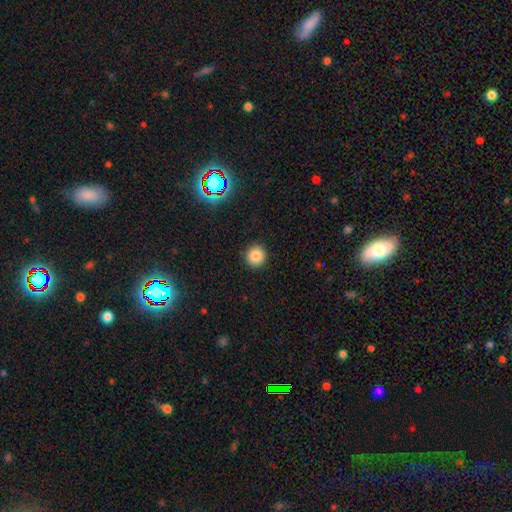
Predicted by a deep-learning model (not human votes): This is clearly a smooth galaxy (83%). How rounded: clearly round (93%). Merging: clearly none (92%).